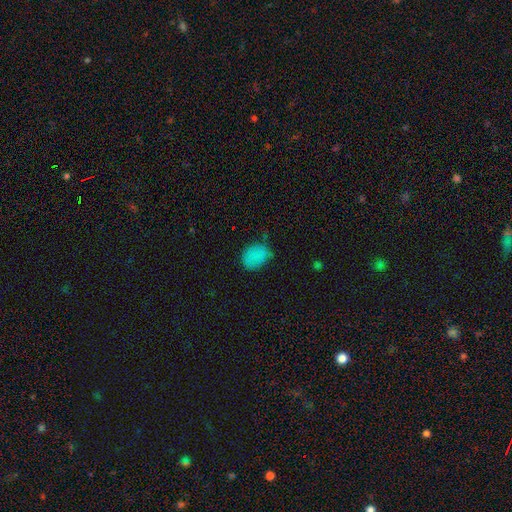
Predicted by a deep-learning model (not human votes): smooth 82%, star or artifact 12%, featured or disk 6%. Down the decision tree: how rounded — in between (63%); merging — none (62%).